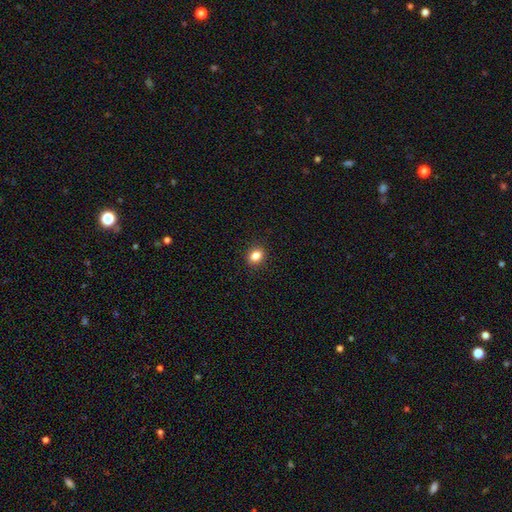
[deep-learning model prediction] smooth_or_featured: smooth (p=0.84) [alt: star or artifact p=0.11]
how_rounded: round (p=0.50) [alt: in between p=0.49]
merging: none (p=0.90) [alt: minor disturbance p=0.07]